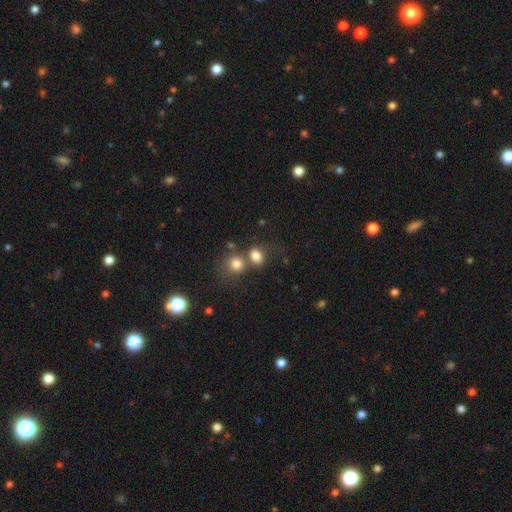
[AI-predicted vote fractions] A smooth galaxy with no disk features (79%) that is round (52%).

Vote fractions:
- Smooth or featured? smooth: 79% / star or artifact: 12% / featured or disk: 9%
- How rounded? round: 52% / in between: 47% / cigar-shaped: 1%
- Merging? none: 42% / merger: 40% / minor disturbance: 11% / major disturbance: 6%